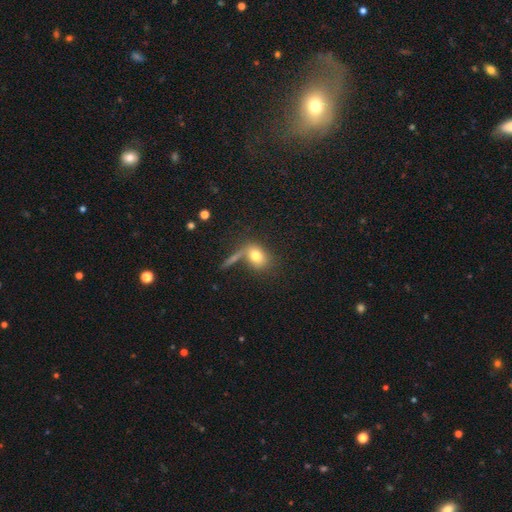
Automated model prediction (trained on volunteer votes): Smooth or featured? smooth (75%)
How rounded? in between (59%)
Merging? none (50%)